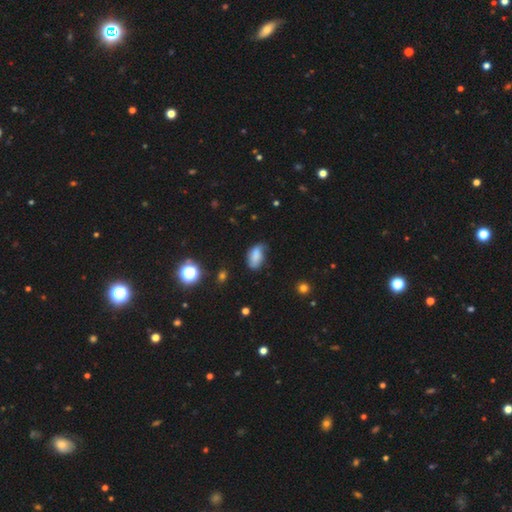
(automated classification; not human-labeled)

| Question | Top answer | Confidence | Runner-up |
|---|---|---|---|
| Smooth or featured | smooth | 74% | featured or disk (16%) |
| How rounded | in between | 90% | round (8%) |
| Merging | none | 44% | minor disturbance (39%) |